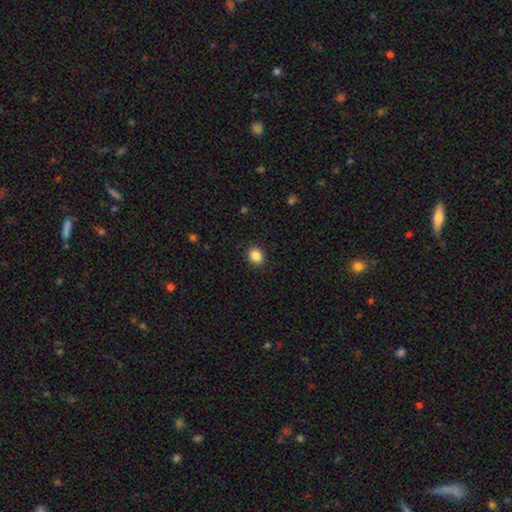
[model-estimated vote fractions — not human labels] smooth 86%, star or artifact 10%, featured or disk 4%. Down the decision tree: how rounded — round (71%); merging — none (91%).